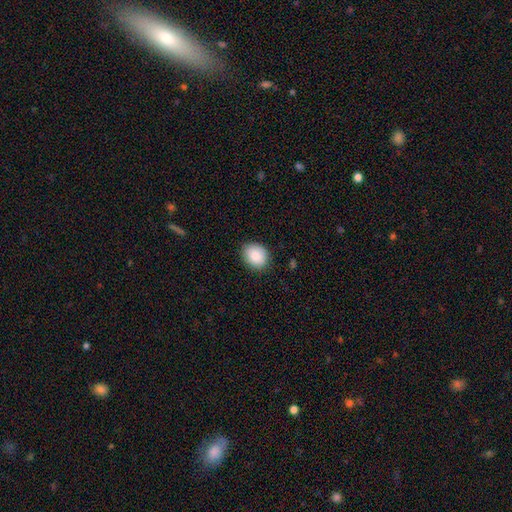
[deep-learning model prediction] Morphology: type=smooth (86%); roundness=round (51%); merging=none (85%).